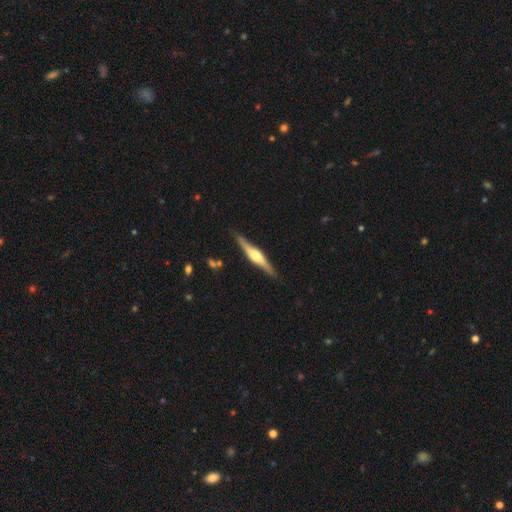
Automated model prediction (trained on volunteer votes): Q: Smooth or featured?
A: featured or disk (74%); runner-up: smooth (21%)
Q: Edge-on disk?
A: yes (97%); runner-up: no (3%)
Q: Edge-on bulge?
A: rounded (83%); runner-up: boxy (14%)
Q: Merging?
A: none (86%); runner-up: minor disturbance (10%)